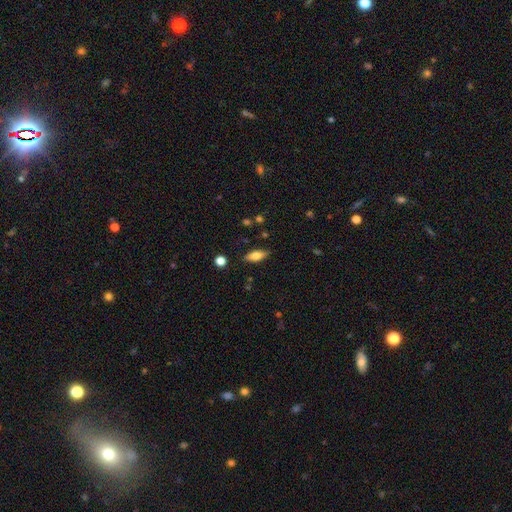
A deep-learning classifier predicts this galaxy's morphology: A smooth galaxy with no disk features (58%) that is in between round and cigar-shaped (68%). Merging: none (84%).